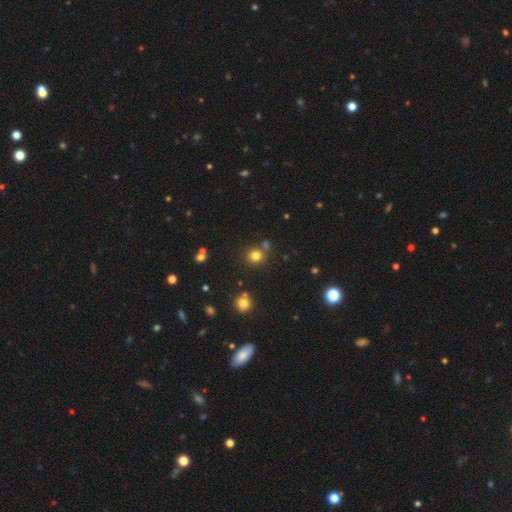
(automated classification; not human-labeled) This appears to be a smooth galaxy with no disk features (77%) that is round (90%). Merging: none (76%).